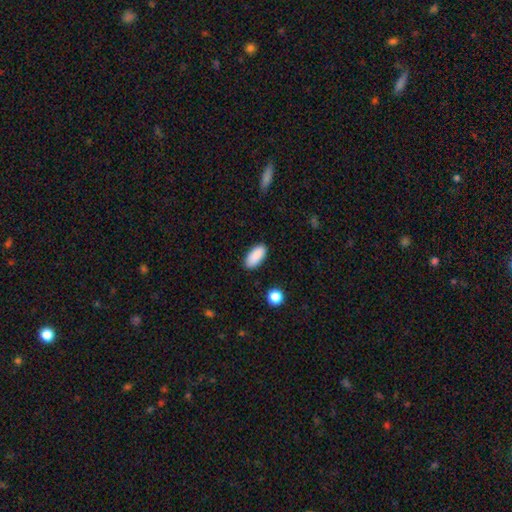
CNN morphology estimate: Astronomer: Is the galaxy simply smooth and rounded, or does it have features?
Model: smooth — 90%.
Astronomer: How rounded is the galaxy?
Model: in between — 89%.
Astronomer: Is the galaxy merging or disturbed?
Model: none — 89%.